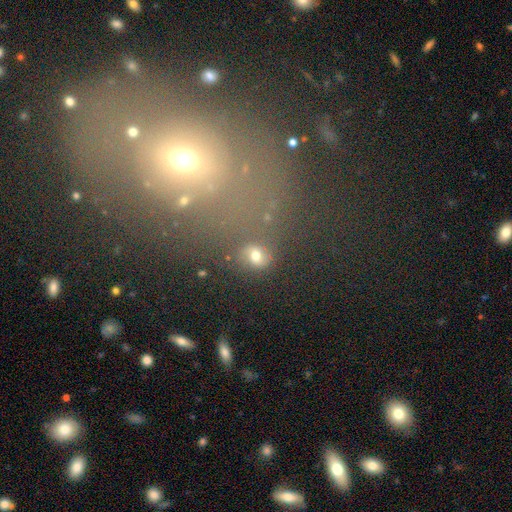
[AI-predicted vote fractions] This is likely a smooth galaxy (60%). How rounded: possibly round (58%). Merging: likely none (69%).